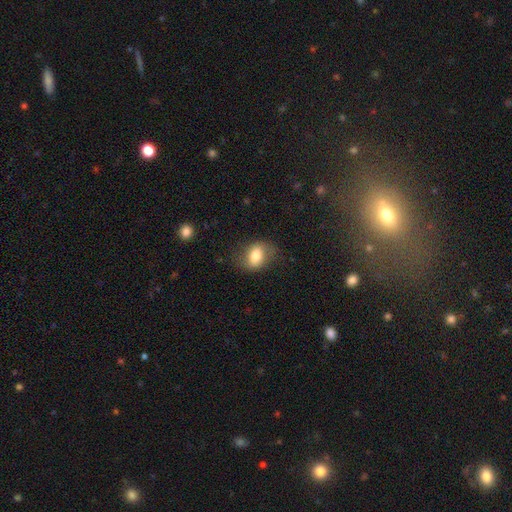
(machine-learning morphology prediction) This is likely a smooth galaxy (74%). How rounded: likely in between (72%). Merging: likely none (70%).